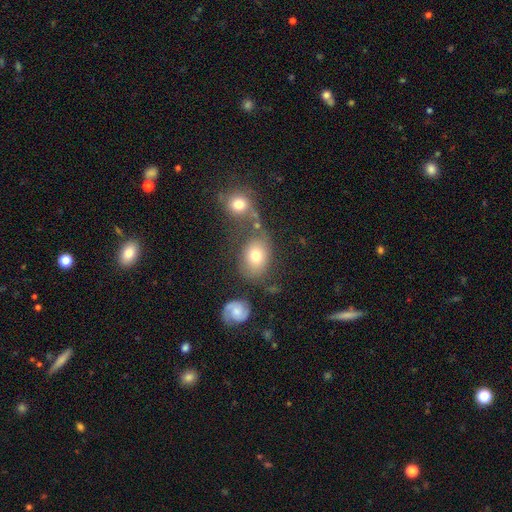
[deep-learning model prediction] Q: Smooth or featured?
A: smooth (72%); runner-up: featured or disk (18%)
Q: How rounded?
A: in between (60%); runner-up: round (39%)
Q: Merging?
A: none (57%); runner-up: merger (20%)